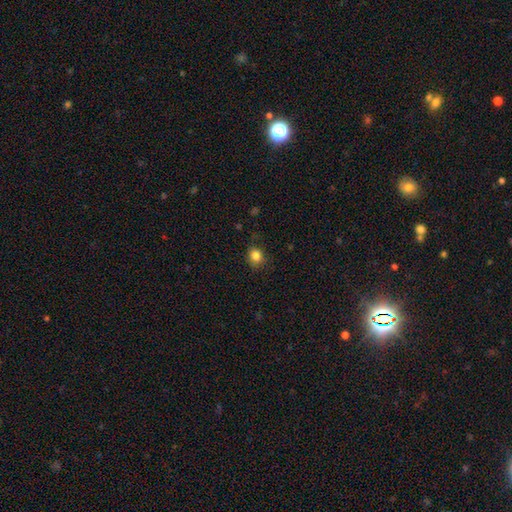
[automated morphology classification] smooth-or-featured: smooth: 83% | star or artifact: 12% | featured or disk: 5%
  how-rounded: round: 77% | in between: 22% | cigar-shaped: 1%
  merging: none: 82% | minor disturbance: 14% | major disturbance: 3% | merger: 1%